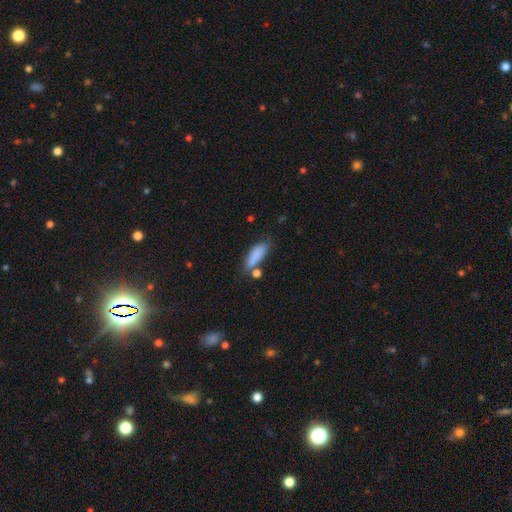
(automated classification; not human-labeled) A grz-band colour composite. It shows a smooth galaxy with no disk features (83%) that is in between round and cigar-shaped (64%). Merging: none (55%).